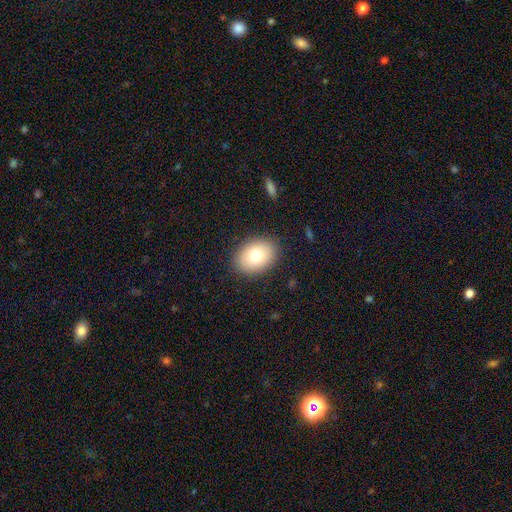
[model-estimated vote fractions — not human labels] Smooth or featured? Predicted: smooth (p=0.77). How rounded? Predicted: in between (p=0.72). Merging? Predicted: none (p=0.88).